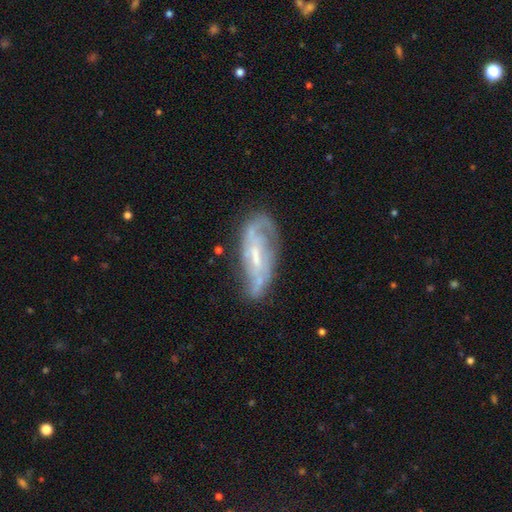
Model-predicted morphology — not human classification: Smooth or featured: featured or disk — 77% (smooth — 17%)
Edge-on disk: no — 88% (yes — 12%)
Bar: weak — 48% (no — 31%)
Spiral arms: yes — 81% (no — 19%)
Spiral winding: medium — 42% (tight — 31%)
Spiral arm count: 2 — 46% (can't tell — 33%)
Bulge size: small — 47% (moderate — 33%)
Merging: none — 56% (minor disturbance — 25%)